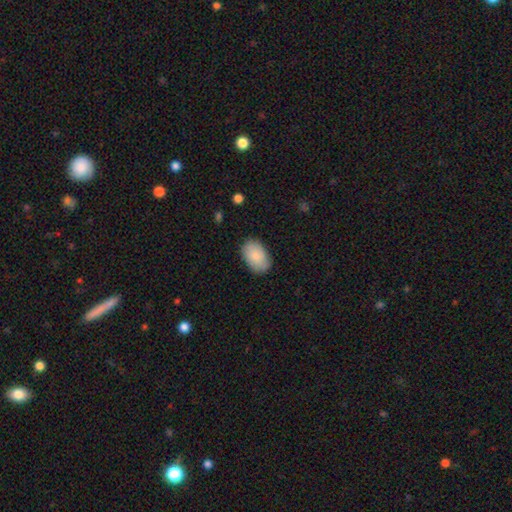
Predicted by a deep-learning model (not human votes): This appears to be a smooth galaxy with no disk features (84%) that is in between round and cigar-shaped (91%). Merging: none (83%).